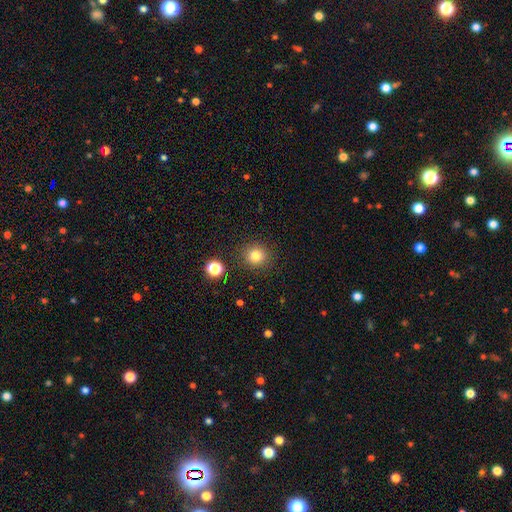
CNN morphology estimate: Overall: smooth (82%). How rounded: round (88%). Merging: none (88%).